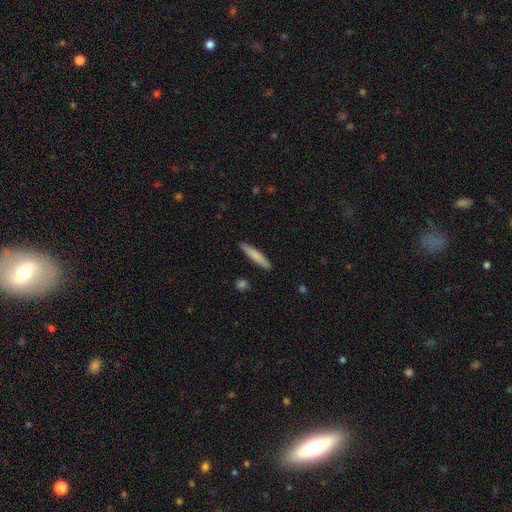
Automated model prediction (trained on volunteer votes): Smooth or featured? Predicted: smooth (p=0.79). How rounded? Predicted: cigar-shaped (p=0.91). Merging? Predicted: none (p=0.90).